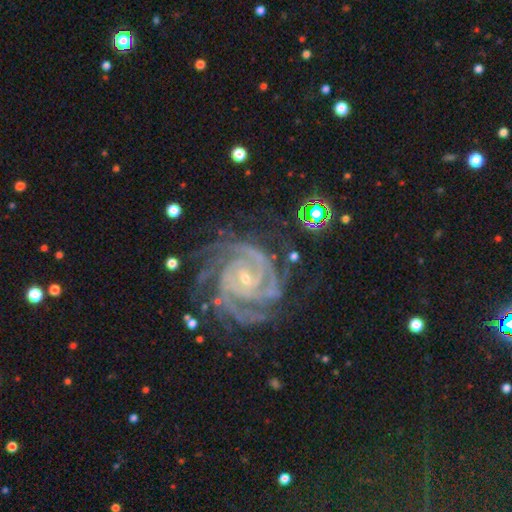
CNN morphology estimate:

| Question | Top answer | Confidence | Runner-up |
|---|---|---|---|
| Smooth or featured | featured or disk | 93% | star or artifact (5%) |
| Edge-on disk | no | 98% | yes (2%) |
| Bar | no | 50% | weak (34%) |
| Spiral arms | yes | 99% | no (1%) |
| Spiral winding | tight | 73% | medium (24%) |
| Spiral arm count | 4 | 30% | 3 (24%) |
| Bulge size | small | 80% | moderate (16%) |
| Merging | none | 68% | minor disturbance (19%) |